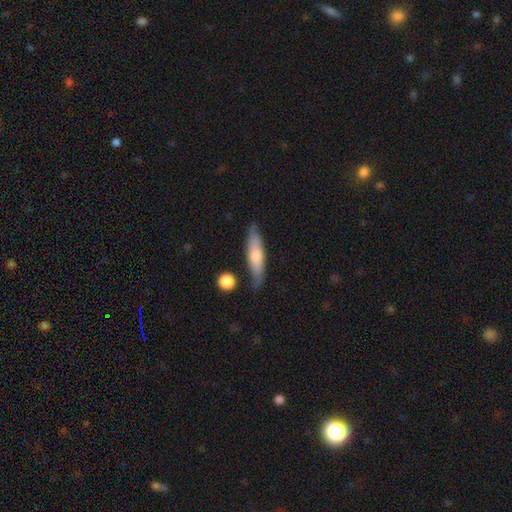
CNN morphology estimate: Smooth or featured? Predicted: smooth (p=0.55). How rounded? Predicted: cigar-shaped (p=0.80). Merging? Predicted: none (p=0.80).